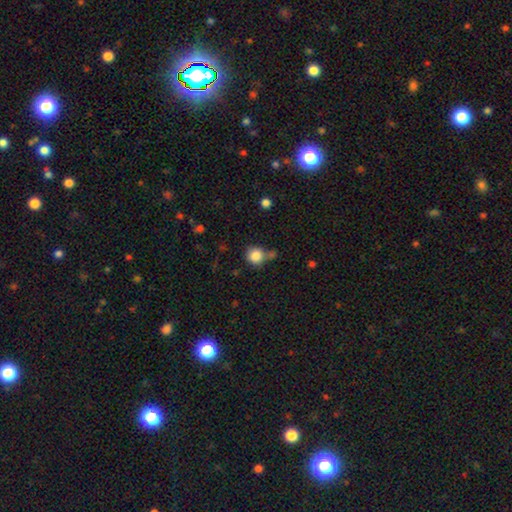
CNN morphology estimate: smooth-or-featured: smooth: 85% | star or artifact: 10% | featured or disk: 5%
  how-rounded: round: 89% | in between: 10% | cigar-shaped: 1%
  merging: none: 64% | merger: 17% | minor disturbance: 15% | major disturbance: 5%